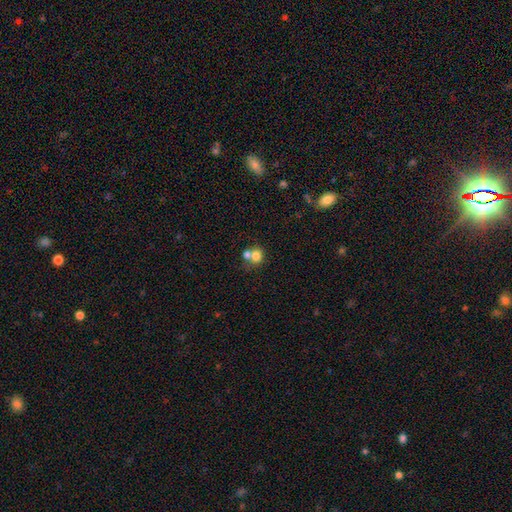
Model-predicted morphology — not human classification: smooth 76%, featured or disk 13%, star or artifact 11%. Down the decision tree: how rounded — round (77%); merging — merger (51%).